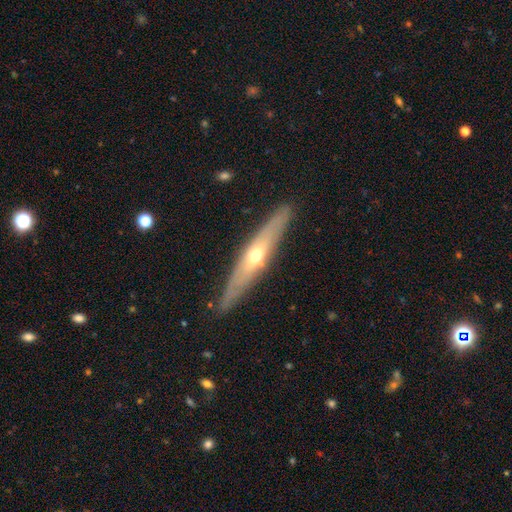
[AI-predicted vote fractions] A featured or disk galaxy (66%) viewed edge-on (81%) with a rounded central bulge (81%). Merging: none (86%).